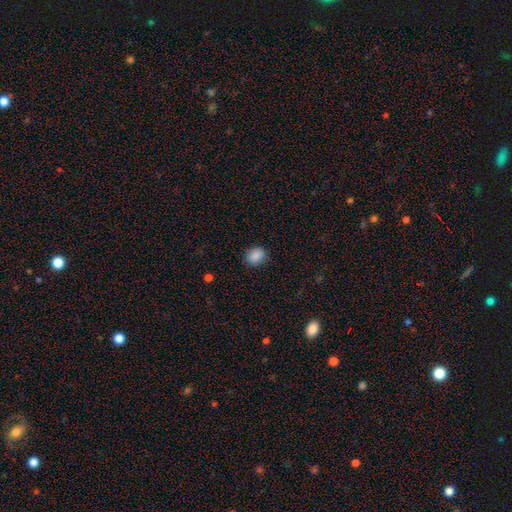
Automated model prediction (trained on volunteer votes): This appears to be a smooth galaxy with no disk features (87%) that is in between round and cigar-shaped (51%). Merging: none (82%).